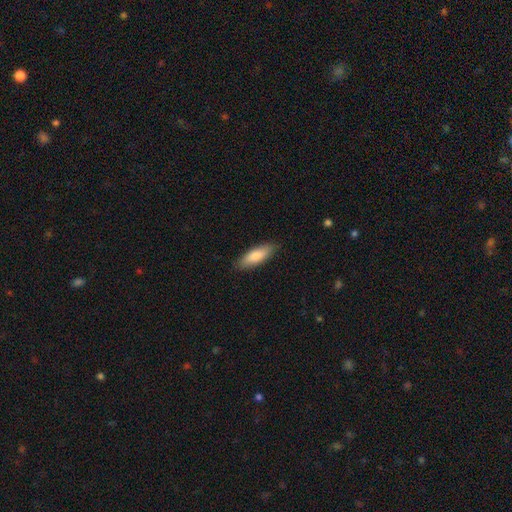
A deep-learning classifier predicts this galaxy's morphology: Smooth or featured?
  - smooth: 81% *
  - featured or disk: 14%
  - star or artifact: 6%
How rounded?
  - in between: 54% *
  - cigar-shaped: 44%
  - round: 2%
Merging?
  - none: 87% *
  - minor disturbance: 10%
  - major disturbance: 2%
  - merger: 1%